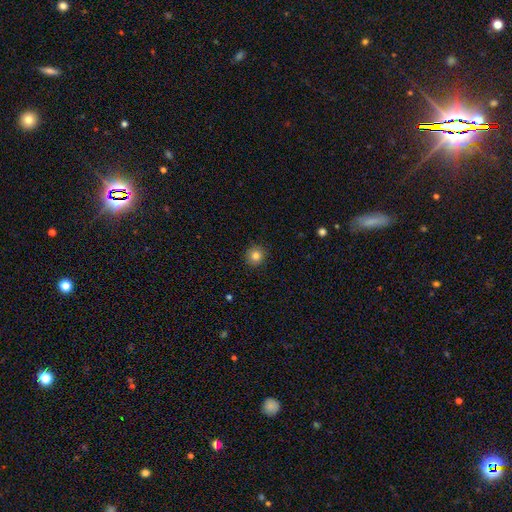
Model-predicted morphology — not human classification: This is clearly a smooth galaxy (83%). How rounded: clearly round (93%). Merging: clearly none (91%).